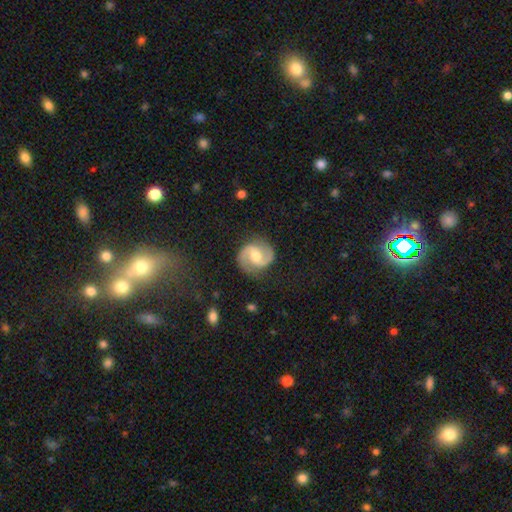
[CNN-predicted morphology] Smooth or featured? featured or disk (88%)
Edge-on disk? no (98%)
Bar? weak (48%)
Spiral arms? yes (97%)
Spiral winding? medium (56%)
Spiral arm count? 2 (94%)
Bulge size? moderate (70%)
Merging? none (85%)